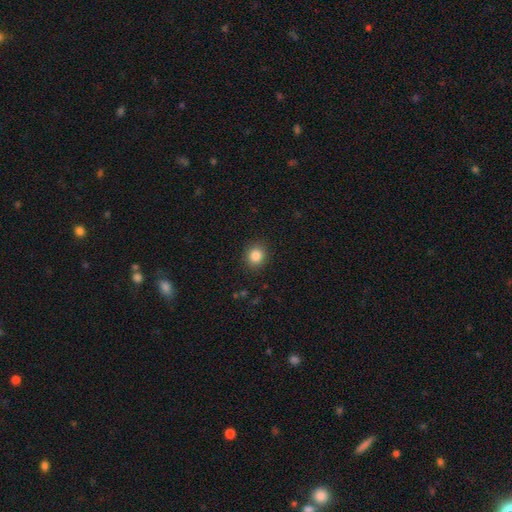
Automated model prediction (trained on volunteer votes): Smooth or featured: smooth — 85% (star or artifact — 10%)
How rounded: round — 82% (in between — 17%)
Merging: none — 90% (minor disturbance — 7%)